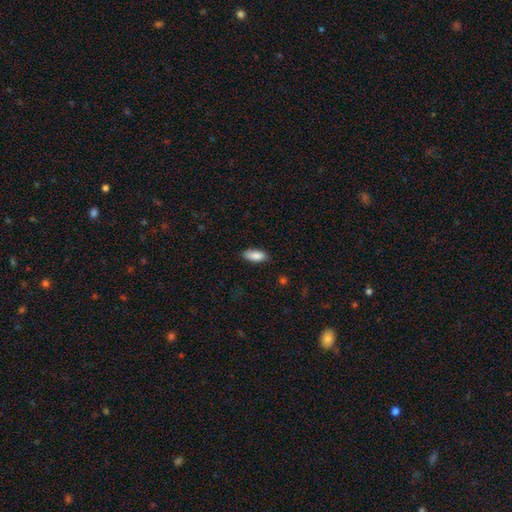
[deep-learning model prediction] A smooth galaxy with no disk features (88%) that is in between round and cigar-shaped (84%). Merging: none (83%).